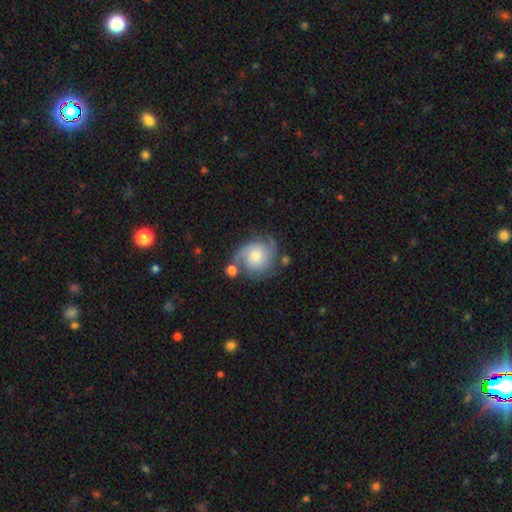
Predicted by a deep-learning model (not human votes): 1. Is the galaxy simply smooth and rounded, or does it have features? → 71% featured or disk, 22% smooth, 7% star or artifact.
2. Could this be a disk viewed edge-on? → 98% no, 2% yes.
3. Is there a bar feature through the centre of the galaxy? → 73% no, 24% weak, 3% strong.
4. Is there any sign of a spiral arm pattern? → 93% yes, 7% no.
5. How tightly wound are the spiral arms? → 45% tight, 40% medium, 16% loose.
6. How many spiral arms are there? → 56% 2, 19% can't tell, 13% 3, 6% 1, 3% 4, 3% more than 4.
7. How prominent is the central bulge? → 48% moderate, 38% small, 8% large, 3% none, 2% dominant.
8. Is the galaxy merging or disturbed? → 57% none, 21% minor disturbance, 11% merger, 11% major disturbance.